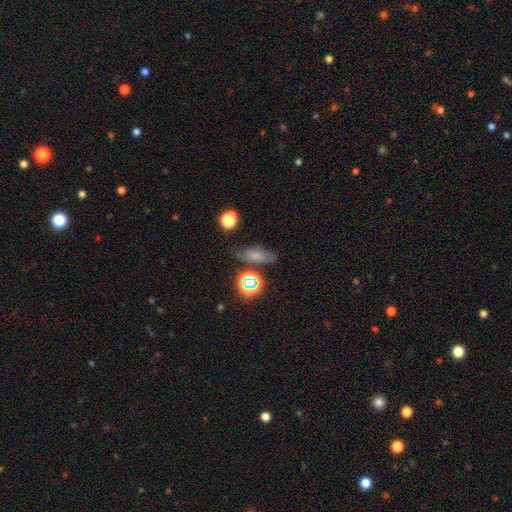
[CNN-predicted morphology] smooth 61%, star or artifact 20%, featured or disk 20%. Down the decision tree: how rounded — in between (65%); merging — none (66%).